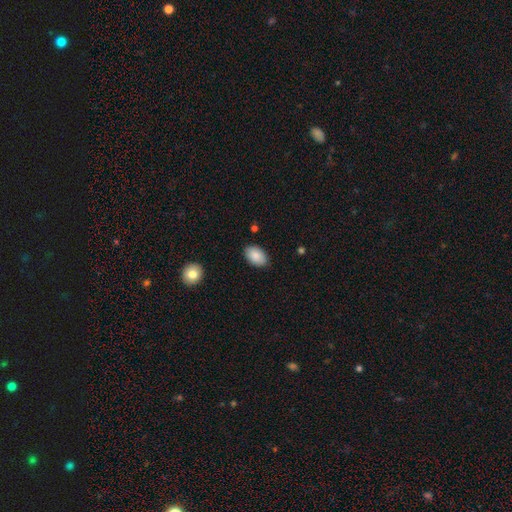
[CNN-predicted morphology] This is clearly a smooth galaxy (89%). How rounded: clearly in between (91%). Merging: clearly none (86%).